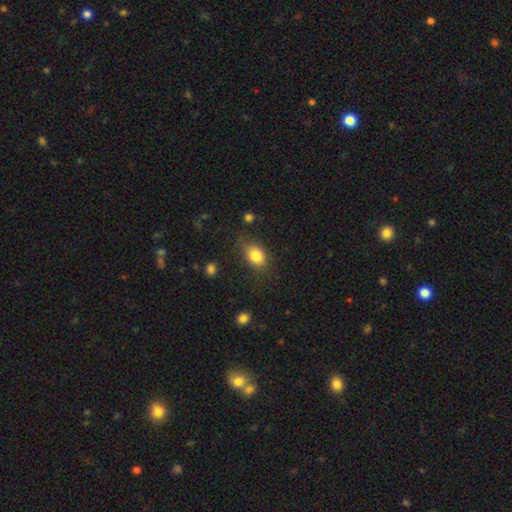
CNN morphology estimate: This appears to be a smooth galaxy with no disk features (83%) that is in between round and cigar-shaped (71%). Merging: none (69%).